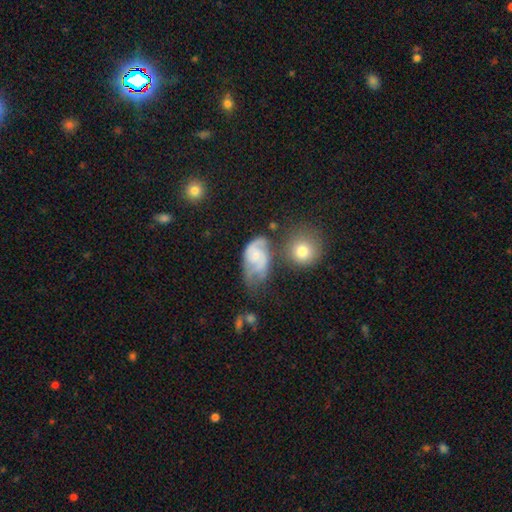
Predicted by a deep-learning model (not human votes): Morphology: type=featured or disk (68%); edge-on=no (97%); bar=no (63%); spiral arms=yes (85%); winding=medium (47%); arm count=2 (67%); bulge=small (61%); merging=none (31%).